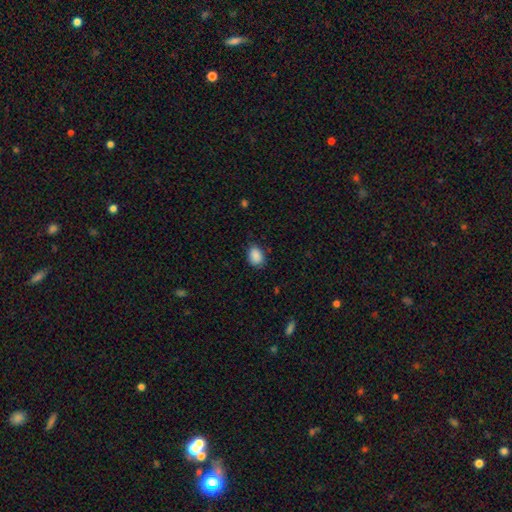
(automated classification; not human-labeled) smooth 88%, star or artifact 8%, featured or disk 4%. Down the decision tree: how rounded — in between (71%); merging — none (76%).